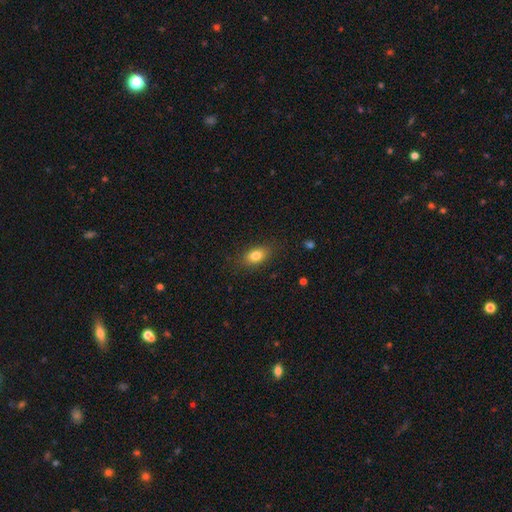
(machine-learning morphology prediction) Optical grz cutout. It shows a smooth galaxy with no disk features (81%) that is in between round and cigar-shaped (83%). Merging: none (84%).